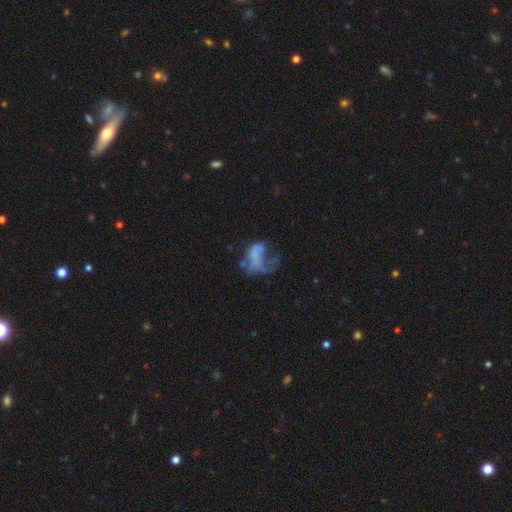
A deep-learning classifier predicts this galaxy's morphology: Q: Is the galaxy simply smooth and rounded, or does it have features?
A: featured or disk — 44%.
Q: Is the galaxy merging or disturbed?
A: major disturbance — 56%.